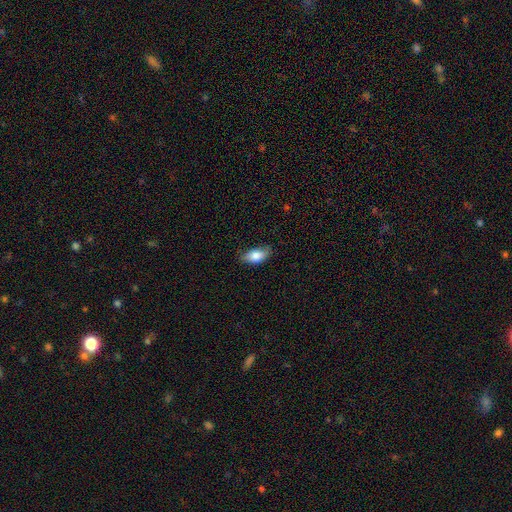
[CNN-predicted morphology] type=smooth (82%); roundness=in between (90%); merging=none (74%).